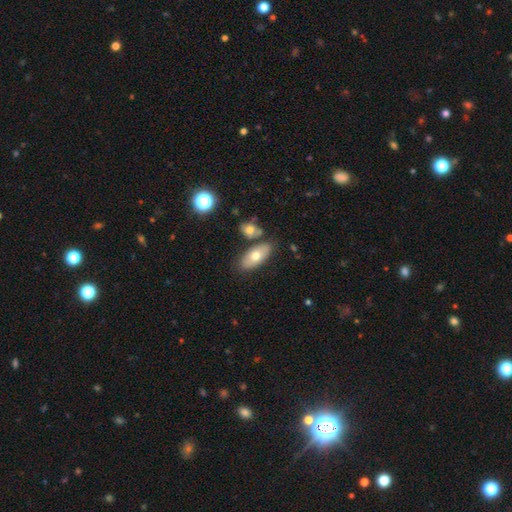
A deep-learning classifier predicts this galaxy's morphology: Smooth or featured?
  - smooth: 66% *
  - featured or disk: 27%
  - star or artifact: 7%
How rounded?
  - in between: 87% *
  - cigar-shaped: 9%
  - round: 4%
Merging?
  - none: 72% *
  - merger: 13%
  - minor disturbance: 12%
  - major disturbance: 3%